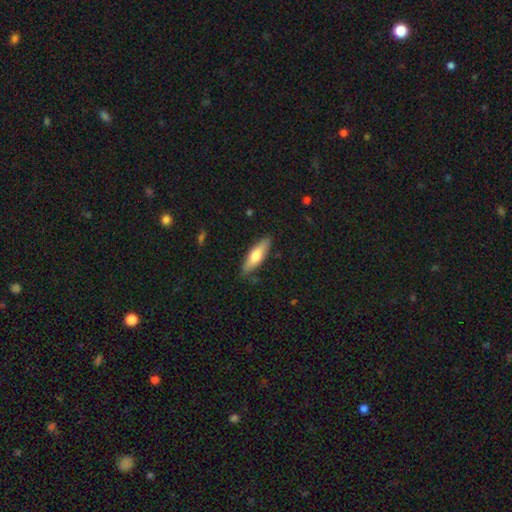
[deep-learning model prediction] This is likely a smooth galaxy (64%). How rounded: possibly cigar-shaped (56%). Merging: clearly none (86%).